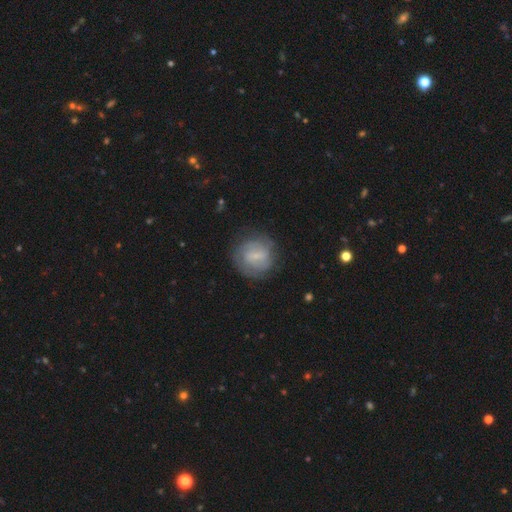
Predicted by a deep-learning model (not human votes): Q: Smooth or featured?
A: featured or disk (52%); runner-up: smooth (40%)
Q: Edge-on disk?
A: no (97%); runner-up: yes (3%)
Q: Bar?
A: weak (55%); runner-up: no (31%)
Q: Spiral arms?
A: yes (75%); runner-up: no (25%)
Q: Bulge size?
A: small (66%); runner-up: none (16%)
Q: Merging?
A: none (76%); runner-up: minor disturbance (15%)